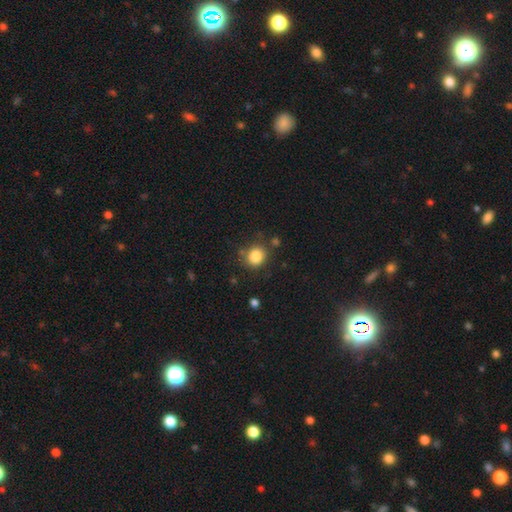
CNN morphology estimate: Overall: smooth (84%). How rounded: round (78%). Merging: none (78%).